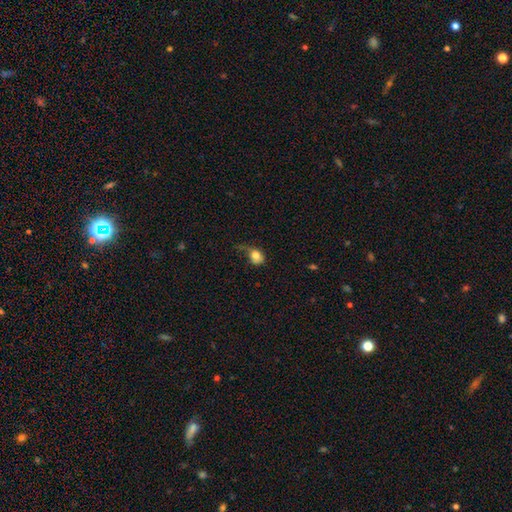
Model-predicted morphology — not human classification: Smooth or featured?
  - smooth: 74% *
  - featured or disk: 17%
  - star or artifact: 9%
How rounded?
  - round: 50% *
  - in between: 48%
  - cigar-shaped: 2%
Merging?
  - major disturbance: 43% *
  - minor disturbance: 28%
  - none: 25%
  - merger: 4%